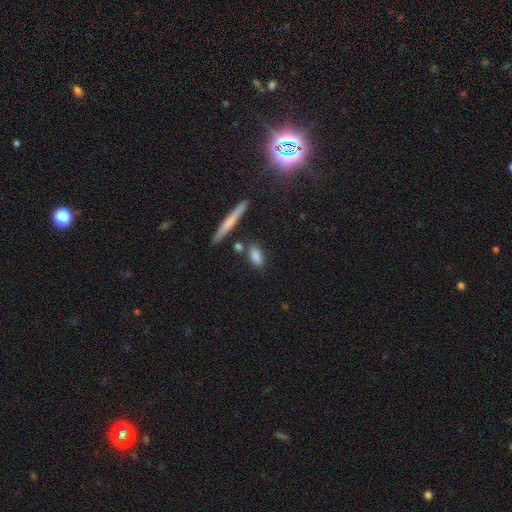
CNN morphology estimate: smooth_or_featured: smooth (p=0.83) [alt: featured or disk p=0.10]
how_rounded: in between (p=0.73) [alt: cigar-shaped p=0.21]
merging: none (p=0.74) [alt: minor disturbance p=0.13]